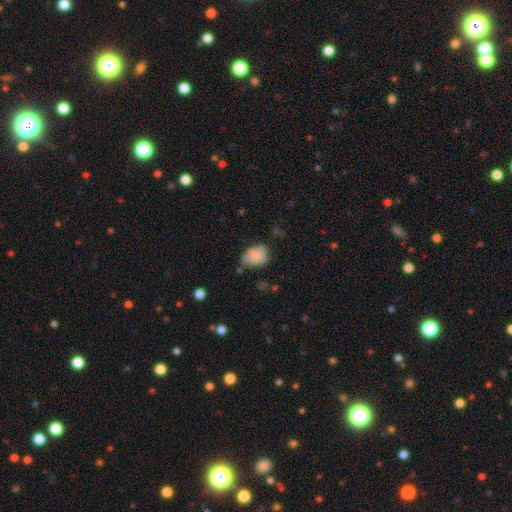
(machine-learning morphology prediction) smooth-or-featured: smooth: 79% | featured or disk: 13% | star or artifact: 8%
  how-rounded: in between: 75% | round: 24% | cigar-shaped: 1%
  merging: none: 52% | minor disturbance: 34% | major disturbance: 9% | merger: 4%